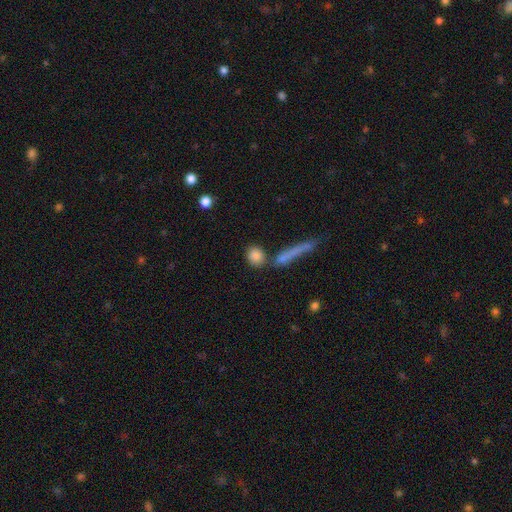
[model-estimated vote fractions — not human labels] smooth 84%, featured or disk 8%, star or artifact 8%. Down the decision tree: how rounded — round (64%); merging — none (70%).